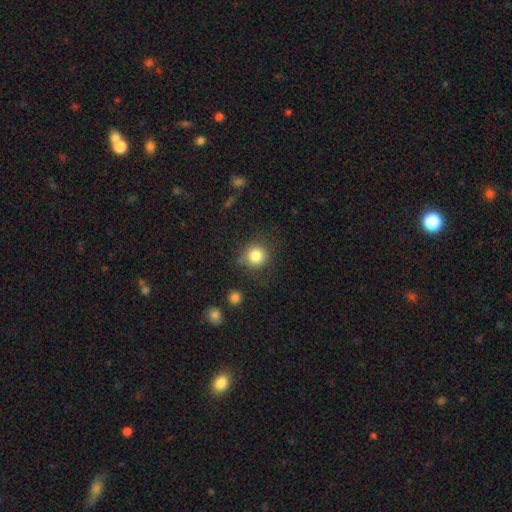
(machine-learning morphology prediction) A smooth galaxy with no disk features (84%) that is round (92%). Merging: none (81%).